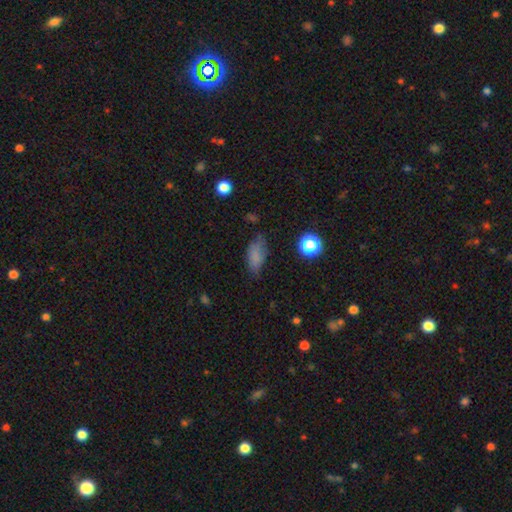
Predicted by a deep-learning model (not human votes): This is likely a smooth galaxy (76%). How rounded: clearly in between (85%). Merging: possibly none (58%).